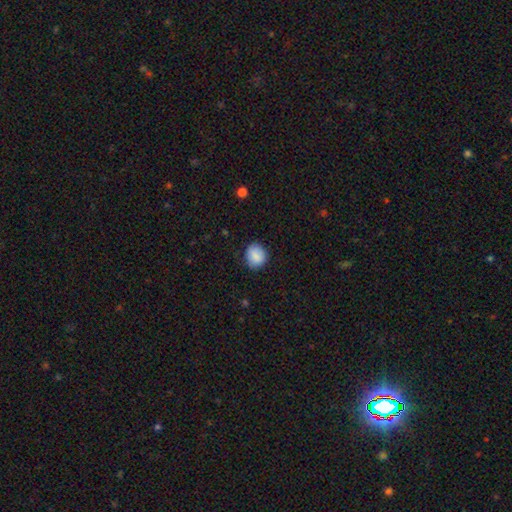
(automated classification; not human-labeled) Q: Smooth or featured?
A: smooth (86%); runner-up: star or artifact (8%)
Q: How rounded?
A: round (68%); runner-up: in between (31%)
Q: Merging?
A: none (83%); runner-up: minor disturbance (13%)